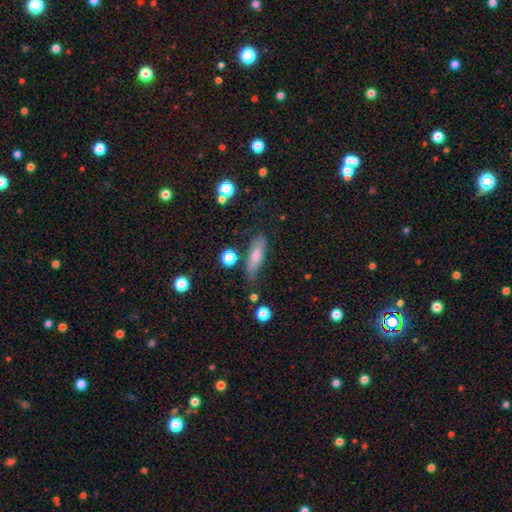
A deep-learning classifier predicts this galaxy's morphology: Overall: smooth (62%; featured or disk 28%). How rounded: cigar-shaped (55%; in between 41%). Merging: none (67%).